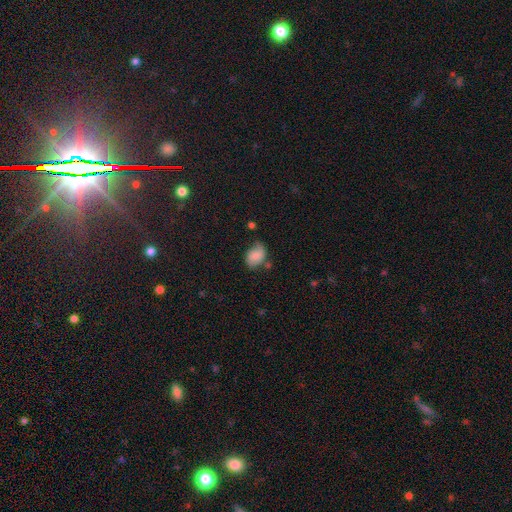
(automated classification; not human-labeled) This appears to be a smooth galaxy with no disk features (61%) that is in between round and cigar-shaped (76%). Merging: none (47%).